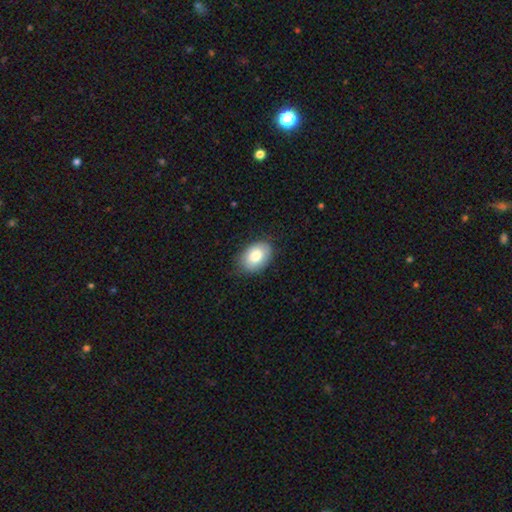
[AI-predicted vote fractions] Q: Smooth or featured?
A: smooth (81%); runner-up: featured or disk (12%)
Q: How rounded?
A: in between (86%); runner-up: round (13%)
Q: Merging?
A: none (81%); runner-up: minor disturbance (15%)